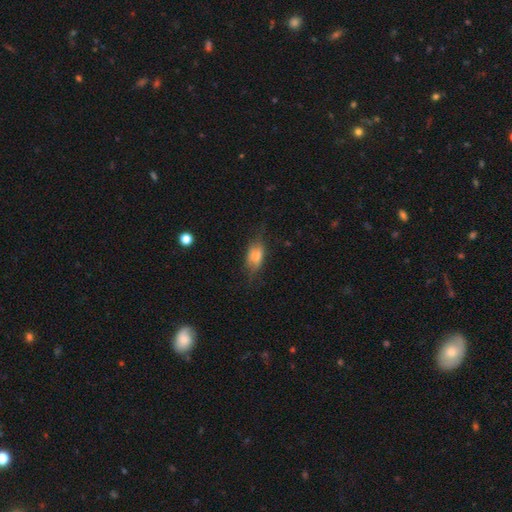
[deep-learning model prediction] This is possibly a smooth galaxy (56%). How rounded: clearly in between (80%). Merging: possibly none (60%).